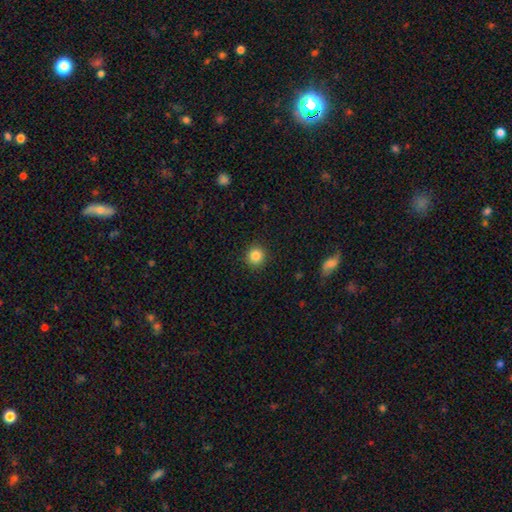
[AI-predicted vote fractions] smooth-or-featured: smooth: 85% | star or artifact: 10% | featured or disk: 5%
  how-rounded: round: 93% | in between: 6% | cigar-shaped: 1%
  merging: none: 92% | minor disturbance: 5% | major disturbance: 2% | merger: 1%